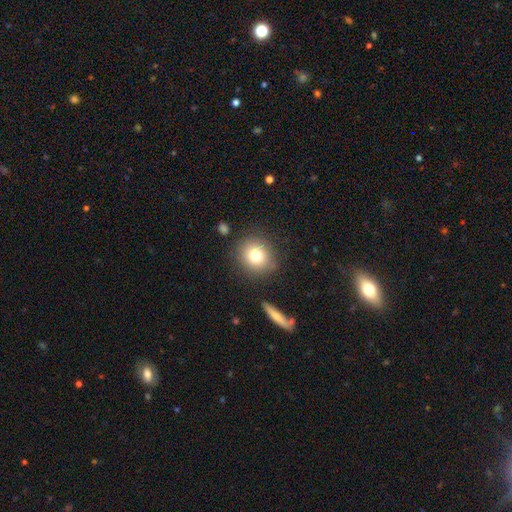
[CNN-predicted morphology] Smooth or featured? Predicted: smooth (p=0.77). How rounded? Predicted: round (p=0.87). Merging? Predicted: none (p=0.84).